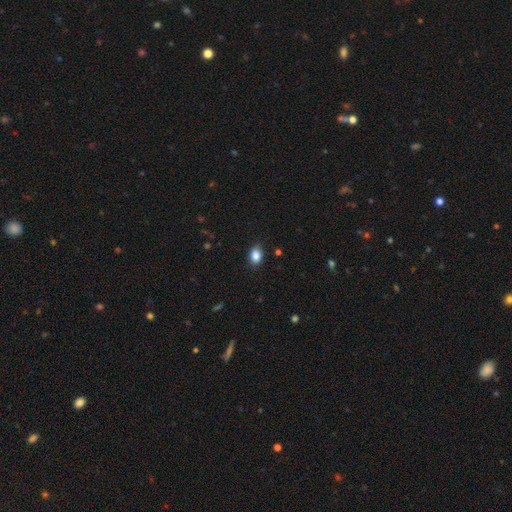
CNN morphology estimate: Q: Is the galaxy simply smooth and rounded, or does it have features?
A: smooth — 87%.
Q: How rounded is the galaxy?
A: in between — 74%.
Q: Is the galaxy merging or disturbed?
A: none — 82%.